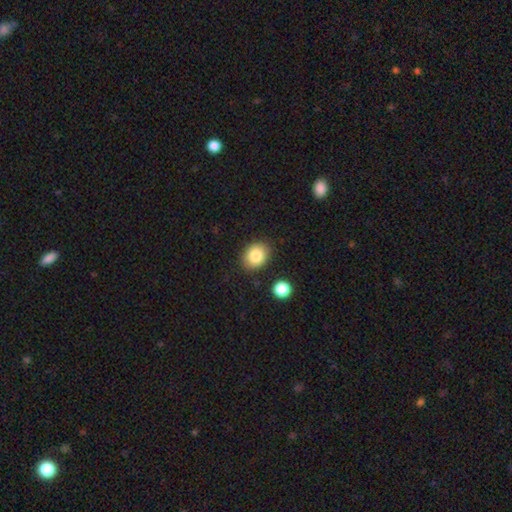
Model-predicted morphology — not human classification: smooth-or-featured: smooth: 84% | star or artifact: 9% | featured or disk: 7%
  how-rounded: in between: 51% | round: 48% | cigar-shaped: 1%
  merging: none: 84% | minor disturbance: 10% | merger: 3% | major disturbance: 3%